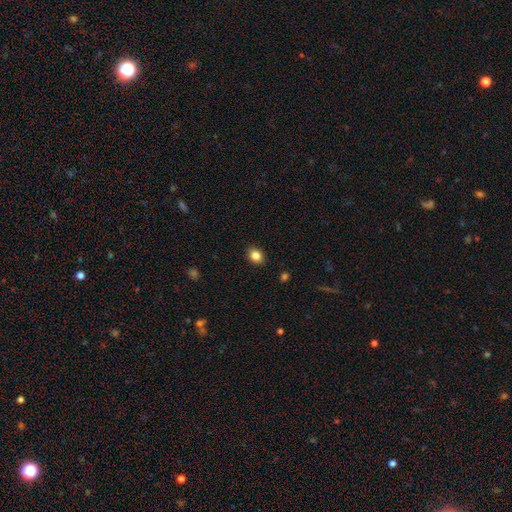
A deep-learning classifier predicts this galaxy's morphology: Smooth or featured: smooth — 85% (star or artifact — 10%)
How rounded: round — 50% (in between — 49%)
Merging: none — 89% (minor disturbance — 8%)